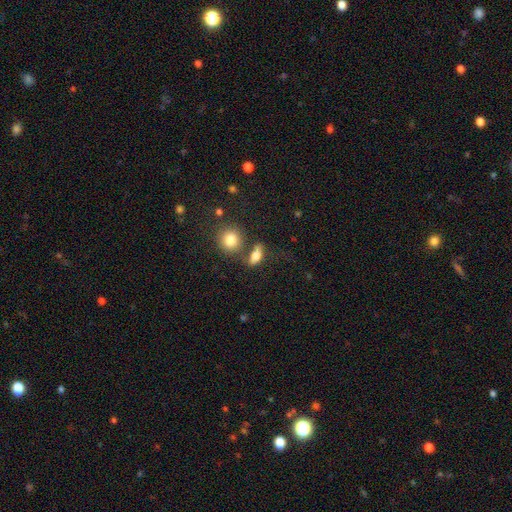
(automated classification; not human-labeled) smooth 77%, featured or disk 12%, star or artifact 10%. Down the decision tree: how rounded — in between (72%); merging — none (54%).